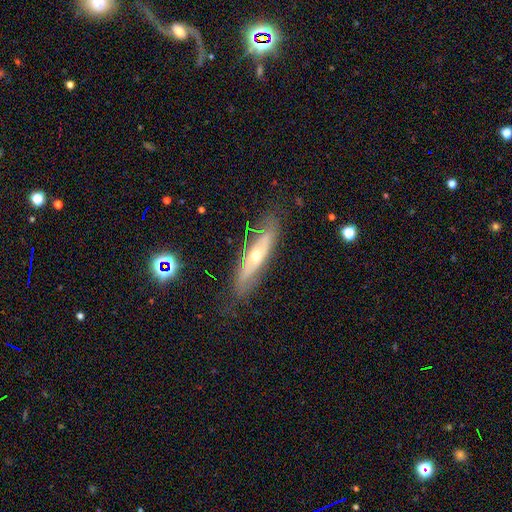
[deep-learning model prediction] smooth-or-featured: featured or disk: 64% | smooth: 28% | star or artifact: 8%
  disk-edge-on: no: 56% | yes: 44%
  merging: none: 76% | minor disturbance: 17% | major disturbance: 6% | merger: 2%